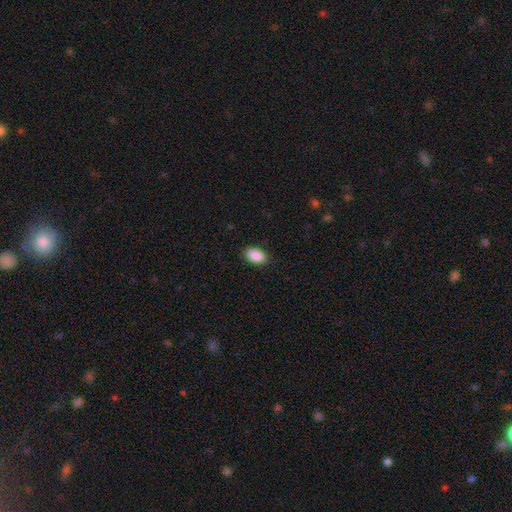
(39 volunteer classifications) Smooth or featured? 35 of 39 (90%) said smooth. How rounded? 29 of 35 (83%) said in between. Merging? 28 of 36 (78%) said none.